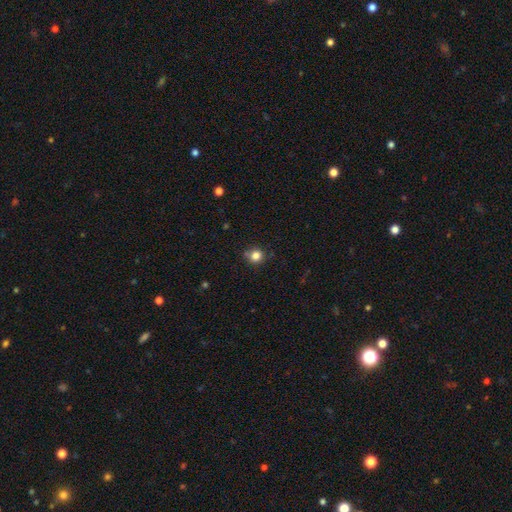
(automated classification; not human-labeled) Overall: smooth (82%). How rounded: round (88%). Merging: none (78%).